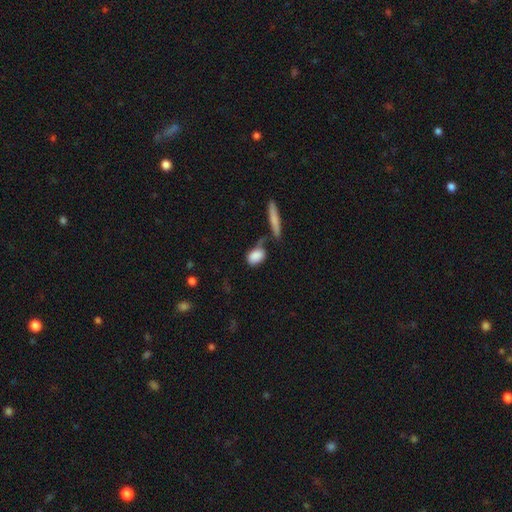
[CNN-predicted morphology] smooth_or_featured: smooth (p=0.84) [alt: featured or disk p=0.09]
how_rounded: in between (p=0.79) [alt: round p=0.14]
merging: none (p=0.50) [alt: merger p=0.21]